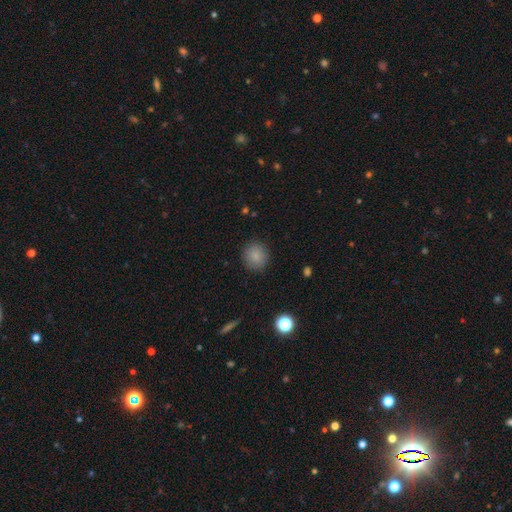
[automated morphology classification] This appears to be a smooth galaxy with no disk features (85%) that is round (86%). Merging: none (87%).